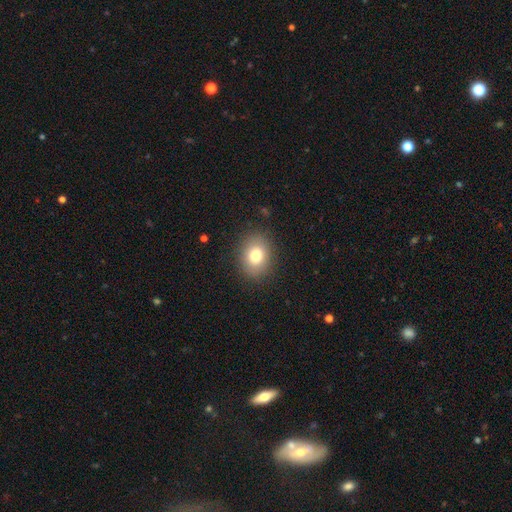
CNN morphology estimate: type=smooth (79%); roundness=in between (50%); merging=none (87%).